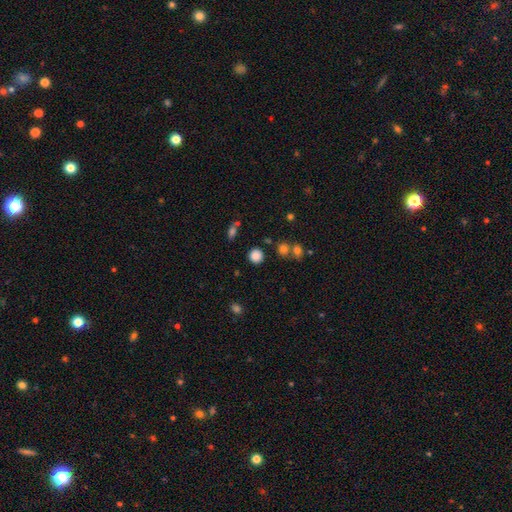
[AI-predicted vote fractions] A smooth galaxy with no disk features (83%) that is round (91%). Merging: none (84%).